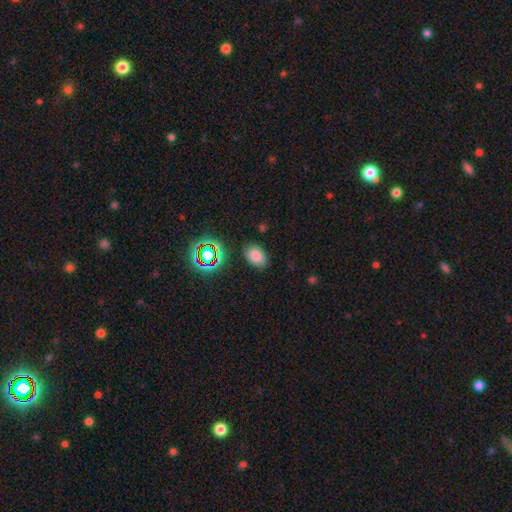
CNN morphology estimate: smooth-or-featured: smooth: 77% | star or artifact: 16% | featured or disk: 7%
  how-rounded: in between: 82% | round: 17% | cigar-shaped: 1%
  merging: none: 80% | minor disturbance: 14% | major disturbance: 4% | merger: 2%